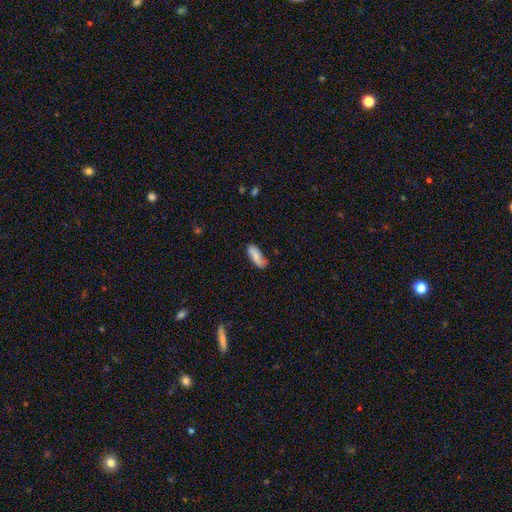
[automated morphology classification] smooth-or-featured: smooth: 63% | featured or disk: 30% | star or artifact: 7%
  how-rounded: in between: 72% | cigar-shaped: 26% | round: 2%
  merging: none: 70% | minor disturbance: 22% | major disturbance: 5% | merger: 3%